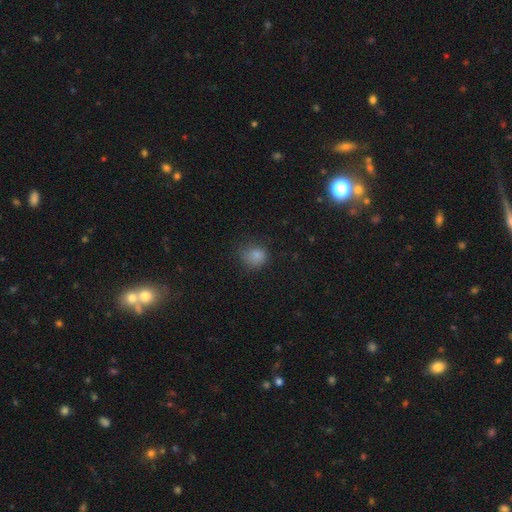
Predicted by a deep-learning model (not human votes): Smooth or featured: smooth — 80% (star or artifact — 13%)
How rounded: round — 71% (in between — 28%)
Merging: none — 58% (minor disturbance — 28%)